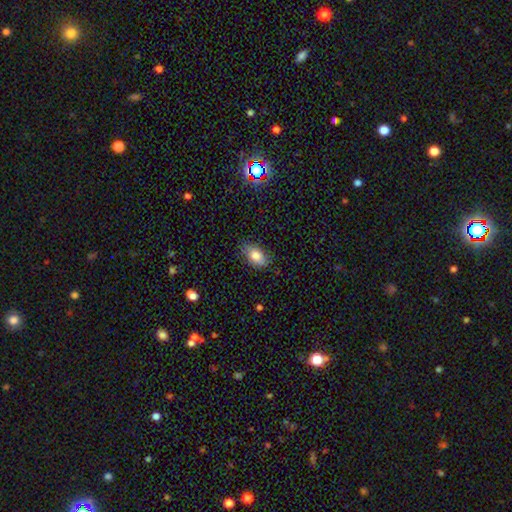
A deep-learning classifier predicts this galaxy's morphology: smooth 80%, featured or disk 11%, star or artifact 9%. Down the decision tree: how rounded — in between (90%); merging — none (77%).